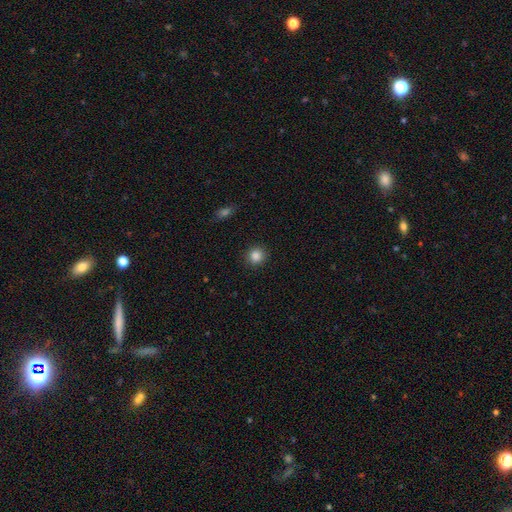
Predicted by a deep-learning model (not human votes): A smooth galaxy with no disk features (86%) that is round (91%).

Vote fractions:
- Smooth or featured? smooth: 86% / star or artifact: 10% / featured or disk: 4%
- How rounded? round: 91% / in between: 8% / cigar-shaped: 1%
- Merging? none: 90% / minor disturbance: 6% / major disturbance: 2% / merger: 1%